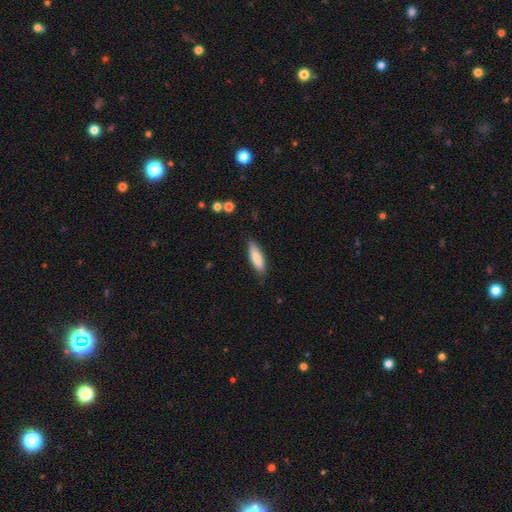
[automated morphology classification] Q: Smooth or featured?
A: smooth (81%); runner-up: featured or disk (13%)
Q: How rounded?
A: in between (51%); runner-up: cigar-shaped (48%)
Q: Merging?
A: none (84%); runner-up: minor disturbance (13%)